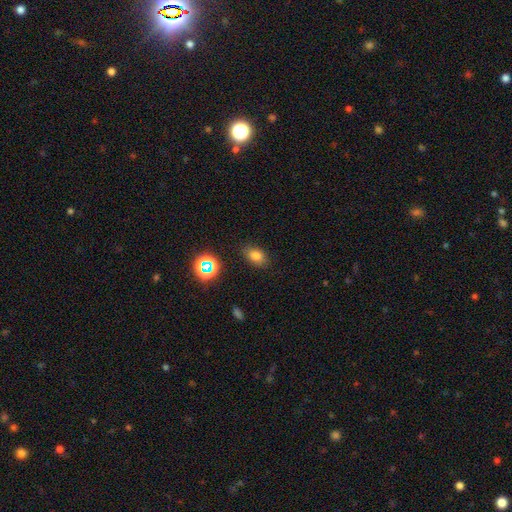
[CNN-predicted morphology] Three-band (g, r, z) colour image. It shows a smooth galaxy with no disk features (75%) that is in between round and cigar-shaped (78%). Merging: none (85%).